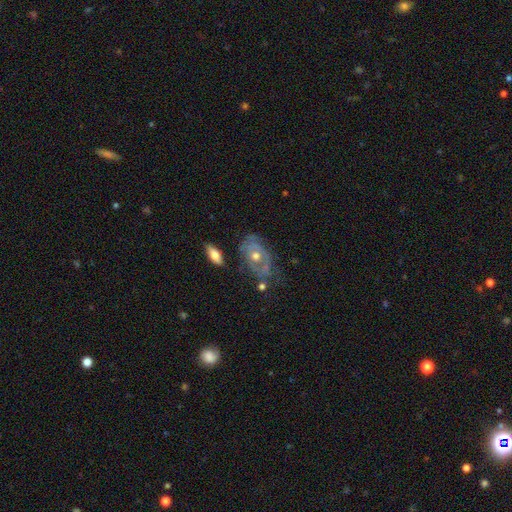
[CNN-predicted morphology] Smooth or featured? featured or disk (73%)
Edge-on disk? no (93%)
Bar? no (81%)
Spiral arms? yes (57%)
Bulge size? moderate (70%)
Merging? none (55%)